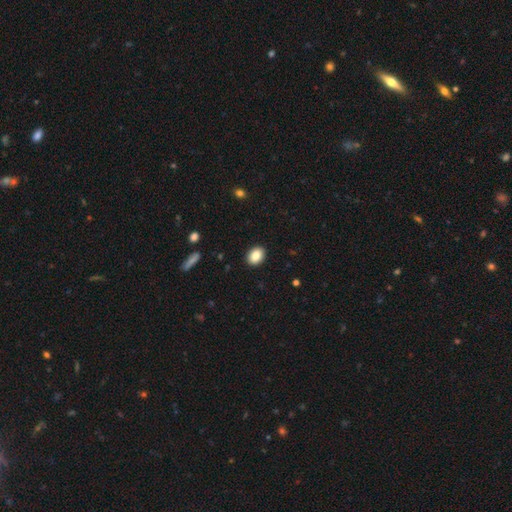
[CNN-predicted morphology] Smooth or featured? Predicted: smooth (p=0.85). How rounded? Predicted: in between (p=0.61). Merging? Predicted: none (p=0.91).